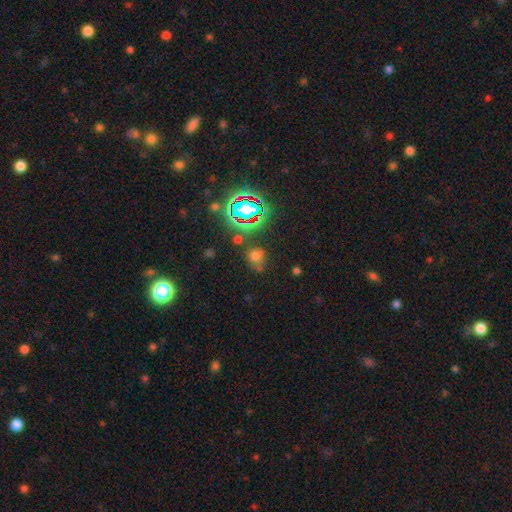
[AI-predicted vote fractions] smooth-or-featured: smooth: 53% | star or artifact: 37% | featured or disk: 11%
  how-rounded: round: 68% | in between: 30% | cigar-shaped: 2%
  merging: none: 61% | minor disturbance: 19% | major disturbance: 10% | merger: 10%